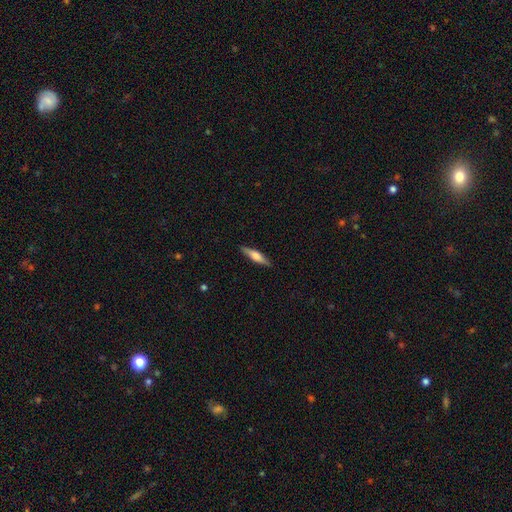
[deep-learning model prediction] Smooth or featured? smooth (51%)
How rounded? cigar-shaped (80%)
Merging? none (89%)